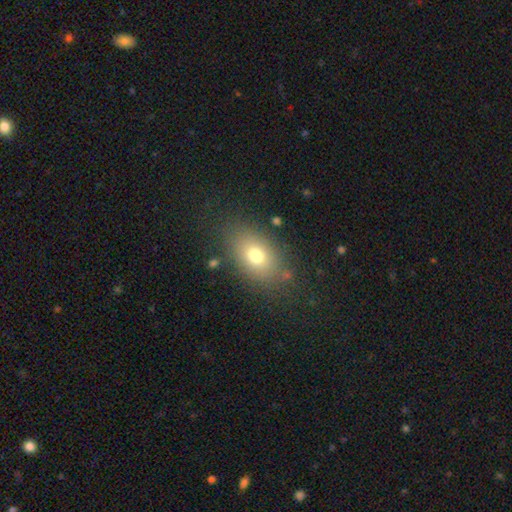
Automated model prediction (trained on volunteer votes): A smooth galaxy with no disk features (74%) that is in between round and cigar-shaped (81%). Merging: none (80%).